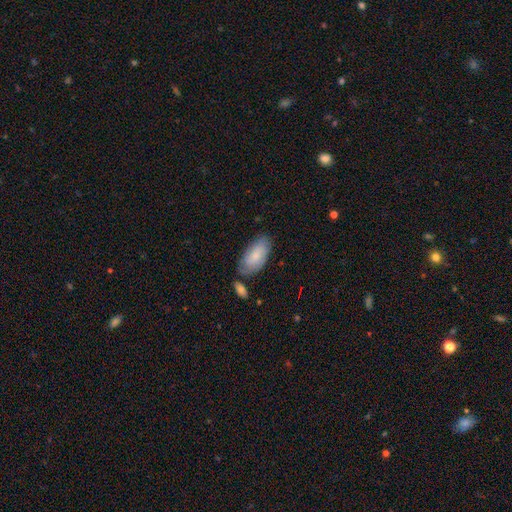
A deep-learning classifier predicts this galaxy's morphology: Smooth or featured?
  - smooth: 72% *
  - featured or disk: 22%
  - star or artifact: 6%
How rounded?
  - in between: 92% *
  - cigar-shaped: 6%
  - round: 2%
Merging?
  - none: 64% *
  - minor disturbance: 21%
  - merger: 9%
  - major disturbance: 5%